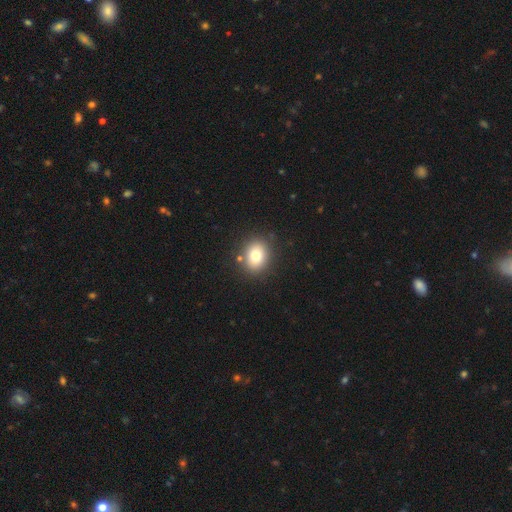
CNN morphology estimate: This is likely a smooth galaxy (77%). How rounded: possibly round (55%). Merging: clearly none (85%).